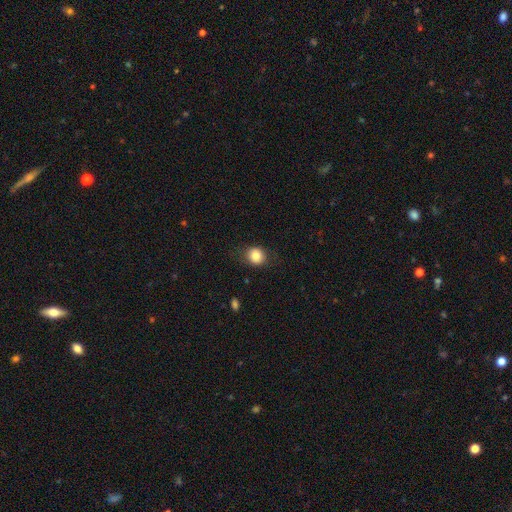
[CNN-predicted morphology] A smooth galaxy with no disk features (83%) that is round (75%). Merging: none (80%).